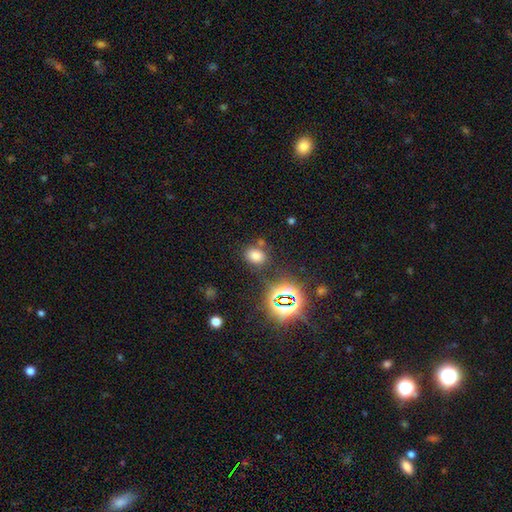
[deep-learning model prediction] smooth 70%, star or artifact 23%, featured or disk 7%. Down the decision tree: how rounded — in between (57%); merging — none (74%).